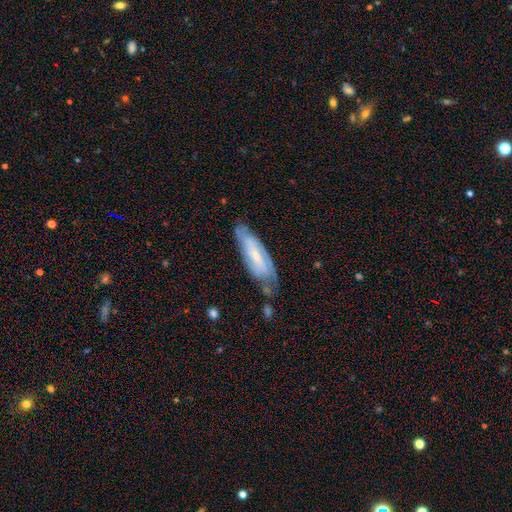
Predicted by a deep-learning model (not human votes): Smooth or featured? featured or disk (63%)
Edge-on disk? no (78%)
Merging? none (60%)